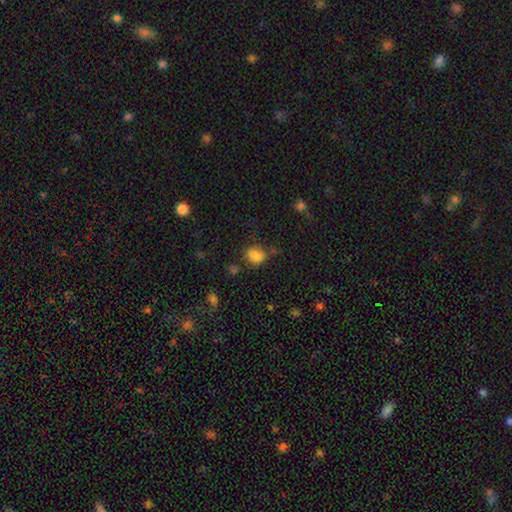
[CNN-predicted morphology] A smooth galaxy with no disk features (77%) that is in between round and cigar-shaped (55%).

Vote fractions:
- Smooth or featured? smooth: 77% / star or artifact: 14% / featured or disk: 9%
- How rounded? in between: 55% / round: 43% / cigar-shaped: 1%
- Merging? none: 47% / minor disturbance: 22% / merger: 20% / major disturbance: 10%